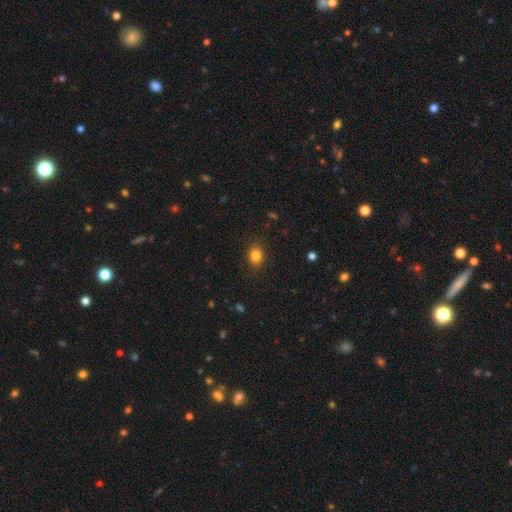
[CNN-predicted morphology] smooth 83%, star or artifact 11%, featured or disk 5%. Down the decision tree: how rounded — round (55%); merging — none (86%).